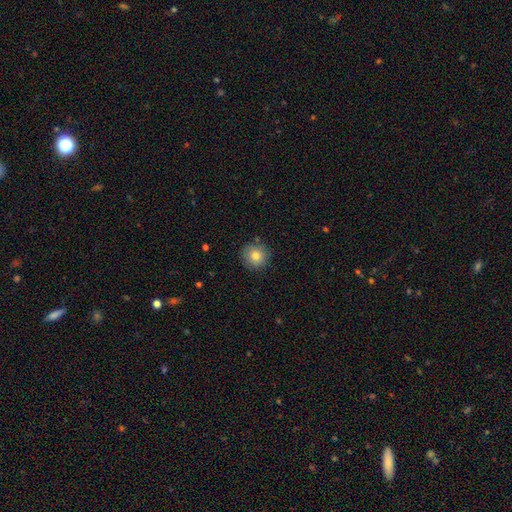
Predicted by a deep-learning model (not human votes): smooth 81%, star or artifact 10%, featured or disk 9%. Down the decision tree: how rounded — round (93%); merging — none (86%).